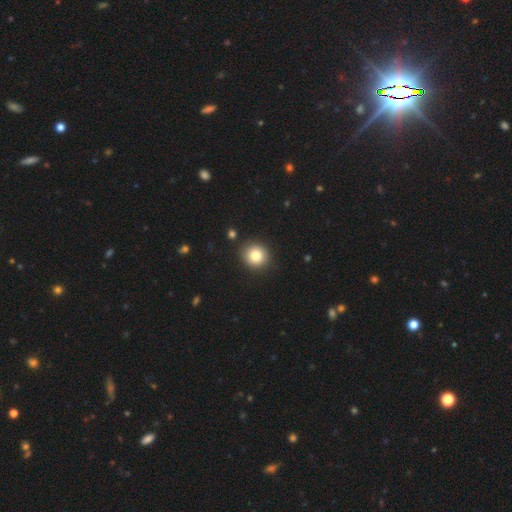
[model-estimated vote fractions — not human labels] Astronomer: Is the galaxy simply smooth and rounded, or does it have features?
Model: smooth — 82%.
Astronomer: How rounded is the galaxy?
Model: round — 87%.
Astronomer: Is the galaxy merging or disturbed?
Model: none — 89%.